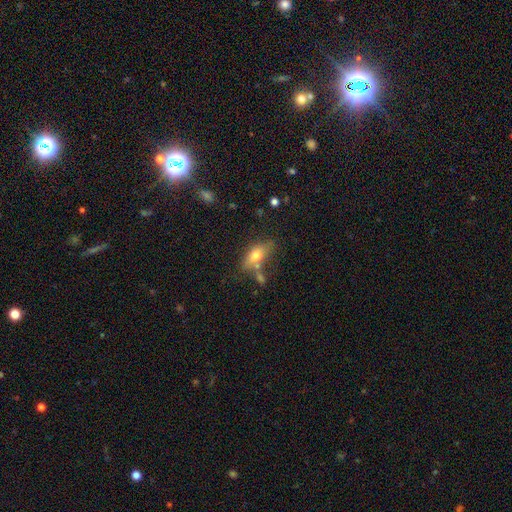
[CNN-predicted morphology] The model was most divided on "merging": none: 58%, minor disturbance: 18%, merger: 17%, major disturbance: 7%. More confident: how rounded — in between (80%); smooth or featured — smooth (69%).